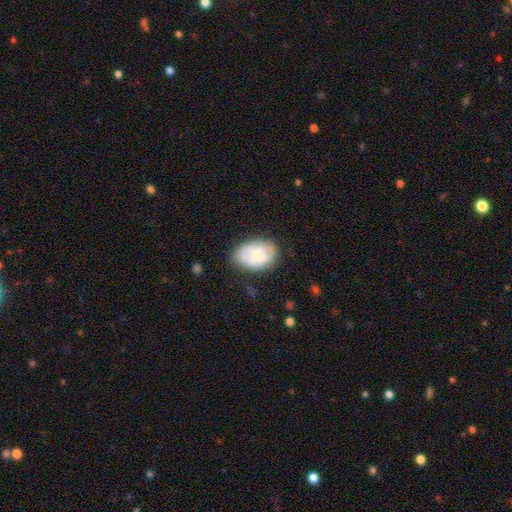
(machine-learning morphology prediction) Overall: smooth (55%; featured or disk 38%). How rounded: in between (83%). Merging: none (61%; minor disturbance 26%).